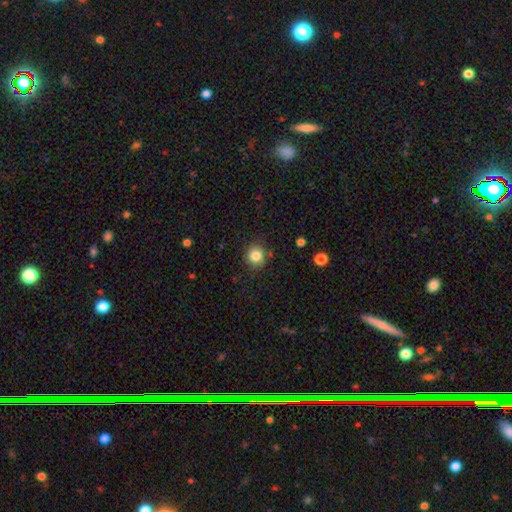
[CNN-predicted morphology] Smooth or featured? smooth (84%)
How rounded? round (88%)
Merging? none (86%)